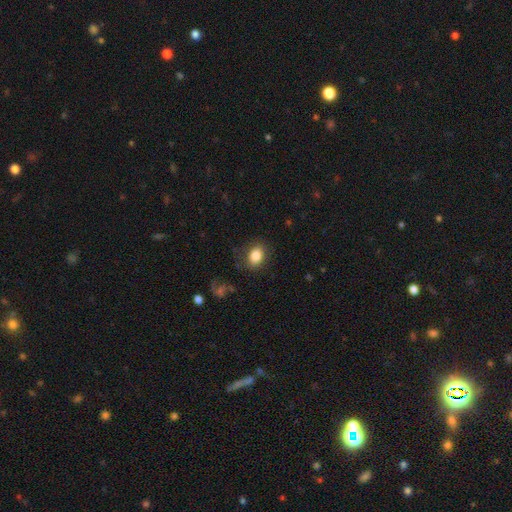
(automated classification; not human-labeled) smooth 84%, star or artifact 9%, featured or disk 7%. Down the decision tree: how rounded — in between (65%); merging — none (81%).